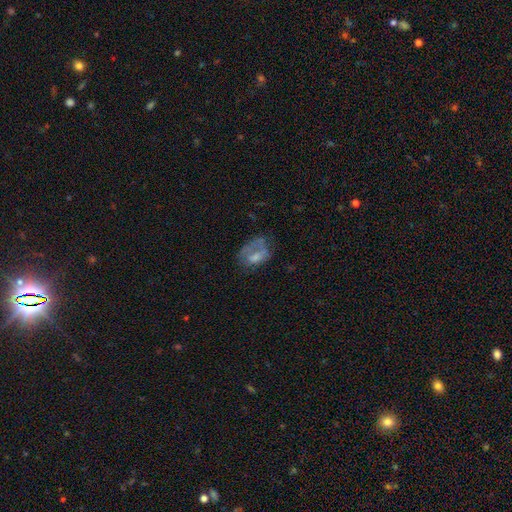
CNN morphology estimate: This appears to be a smooth galaxy with no disk features (50%). Merging: major disturbance (39%).